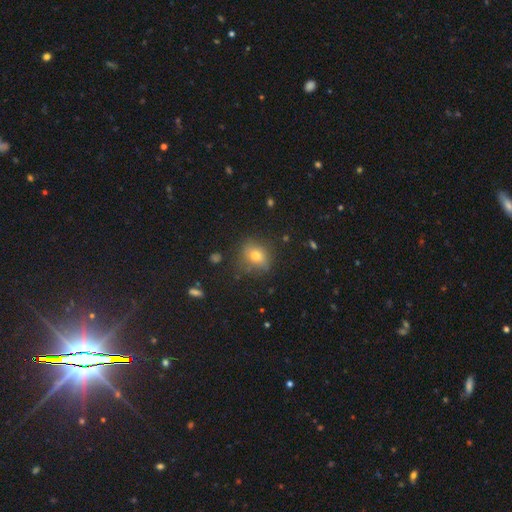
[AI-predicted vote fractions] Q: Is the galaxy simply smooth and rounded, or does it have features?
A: smooth — 73%.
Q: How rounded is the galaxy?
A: round — 65%.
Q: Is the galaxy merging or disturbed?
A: none — 76%.